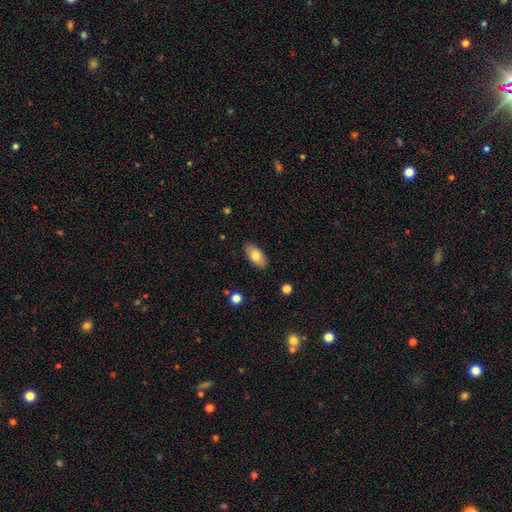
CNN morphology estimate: This appears to be a smooth galaxy with no disk features (78%) that is in between round and cigar-shaped (93%). Merging: none (88%).